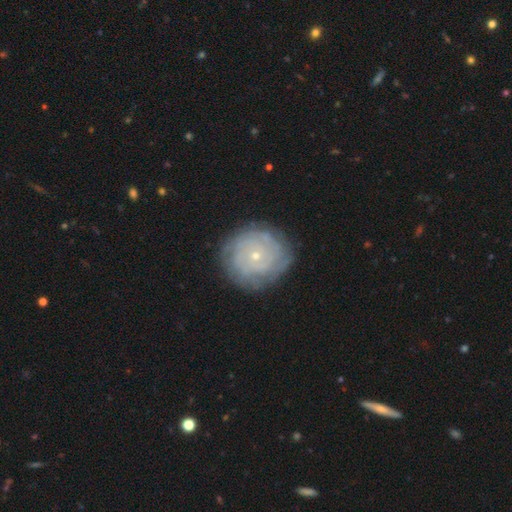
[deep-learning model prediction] smooth-or-featured: featured or disk: 70% | smooth: 23% | star or artifact: 8%
  disk-edge-on: no: 97% | yes: 3%
    bar: no: 86% | weak: 11% | strong: 3%
    has-spiral-arms: yes: 84% | no: 16%
      spiral-winding: tight: 81% | medium: 15% | loose: 4%
      spiral-arm-count: can't tell: 50% | 4: 13% | 3: 12% | 2: 11% | more than 4: 9% | 1: 6%
    bulge-size: small: 81% | moderate: 15% | none: 1% | large: 1% | dominant: 1%
  merging: none: 82% | minor disturbance: 13% | major disturbance: 4% | merger: 1%